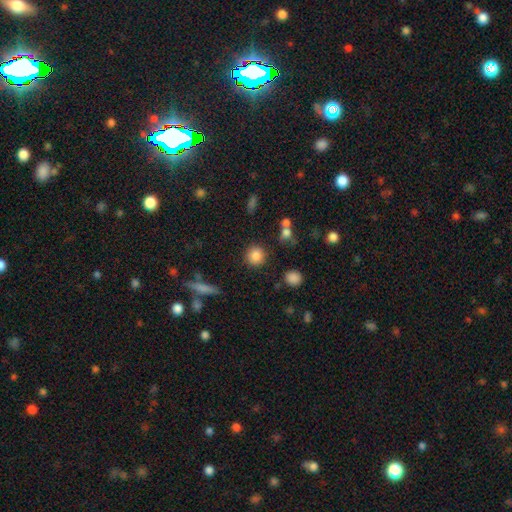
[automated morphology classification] Q: Smooth or featured?
A: smooth (84%); runner-up: star or artifact (10%)
Q: How rounded?
A: round (91%); runner-up: in between (8%)
Q: Merging?
A: none (86%); runner-up: minor disturbance (7%)